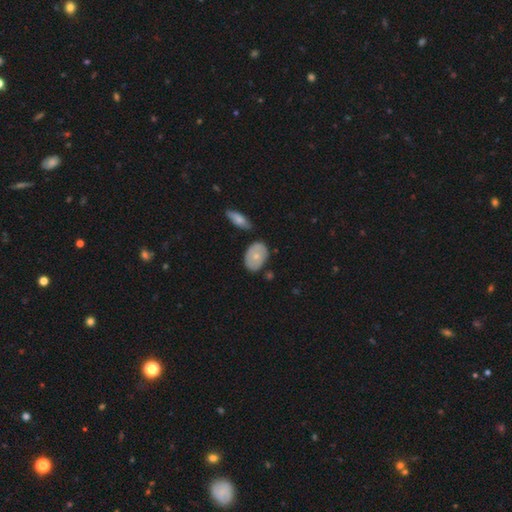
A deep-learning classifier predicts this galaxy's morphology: Smooth or featured: smooth — 66% (featured or disk — 28%)
How rounded: in between — 84% (round — 14%)
Merging: none — 70% (minor disturbance — 19%)